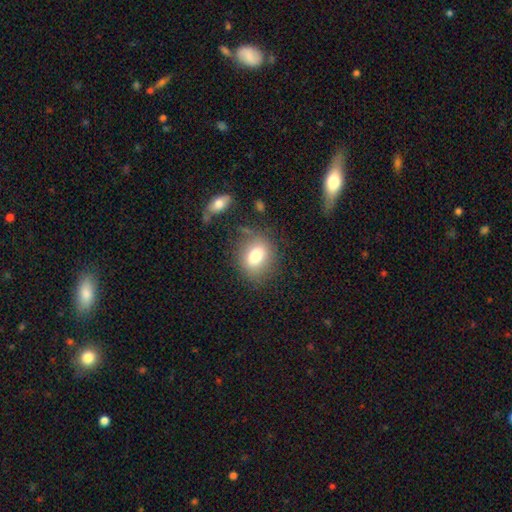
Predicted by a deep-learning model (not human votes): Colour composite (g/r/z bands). It shows a smooth galaxy with no disk features (79%) that is in between round and cigar-shaped (61%). Merging: none (72%).